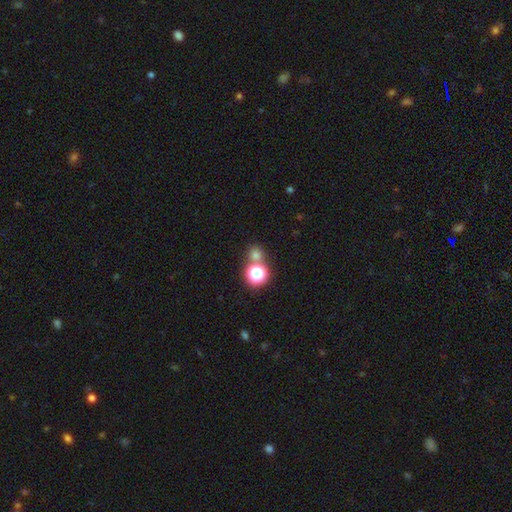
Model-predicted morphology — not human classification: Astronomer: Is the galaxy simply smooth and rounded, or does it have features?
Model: smooth — 64%.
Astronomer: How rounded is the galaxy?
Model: round — 85%.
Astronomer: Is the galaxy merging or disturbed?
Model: none — 65%.